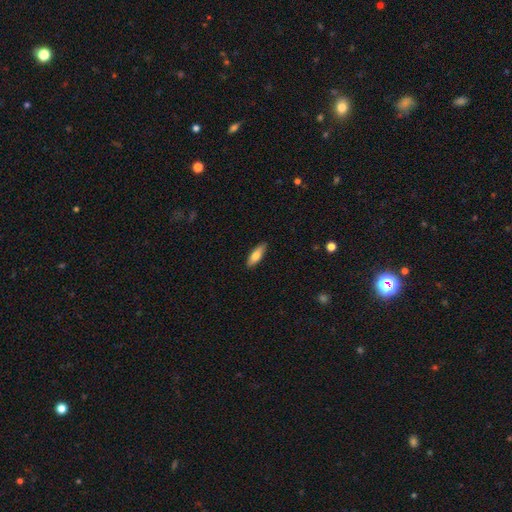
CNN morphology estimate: smooth_or_featured: smooth (p=0.75) [alt: featured or disk p=0.19]
how_rounded: in between (p=0.56) [alt: cigar-shaped p=0.42]
merging: none (p=0.85) [alt: minor disturbance p=0.12]